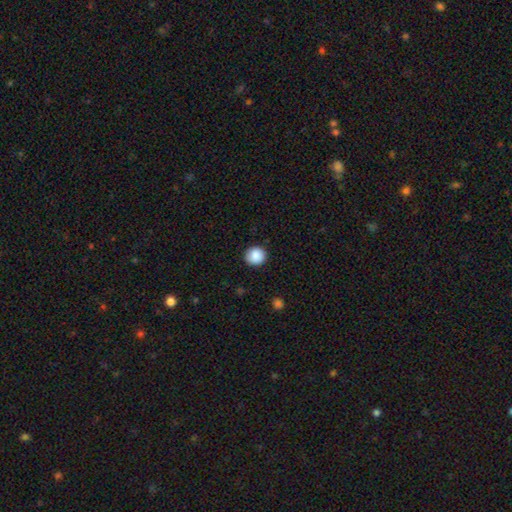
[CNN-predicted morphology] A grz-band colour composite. It shows a smooth galaxy with no disk features (88%) that is round (93%). Merging: none (91%).